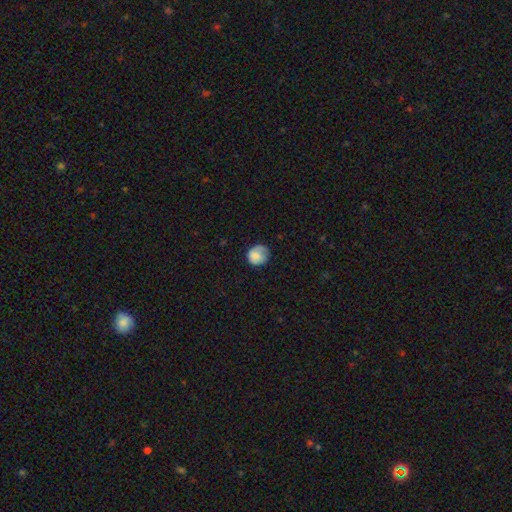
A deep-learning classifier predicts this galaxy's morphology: type=smooth (74%); roundness=round (79%); merging=none (60%).